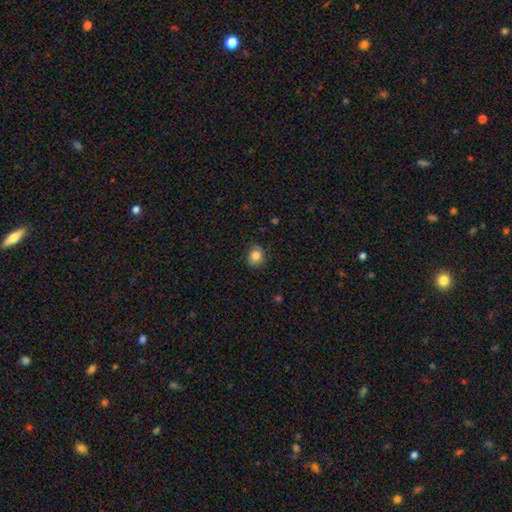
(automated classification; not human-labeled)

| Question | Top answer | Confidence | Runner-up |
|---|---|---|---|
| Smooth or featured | smooth | 80% | featured or disk (11%) |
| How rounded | round | 72% | in between (27%) |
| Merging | none | 77% | minor disturbance (18%) |